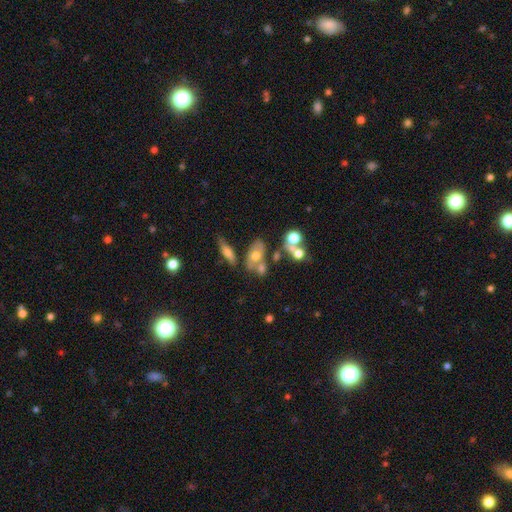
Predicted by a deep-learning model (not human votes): Smooth or featured: smooth — 54% (featured or disk — 35%)
How rounded: in between — 80% (round — 15%)
Merging: none — 39% (merger — 35%)